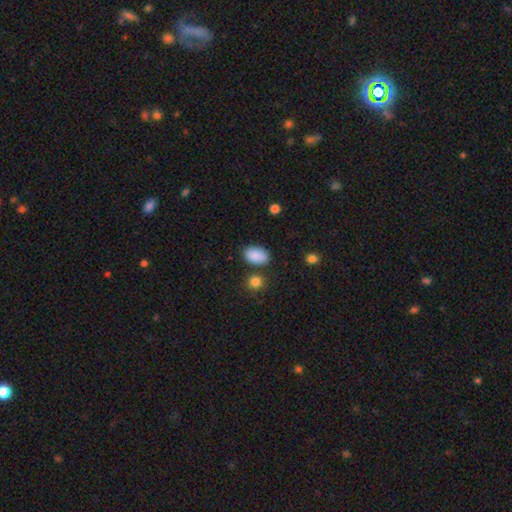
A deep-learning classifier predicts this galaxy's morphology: This is clearly a smooth galaxy (89%). How rounded: clearly in between (91%). Merging: likely none (77%).